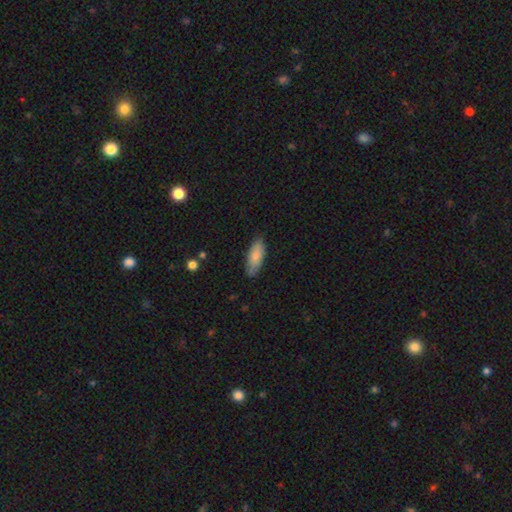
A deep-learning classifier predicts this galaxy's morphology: type=smooth (81%); roundness=in between (74%); merging=none (80%).